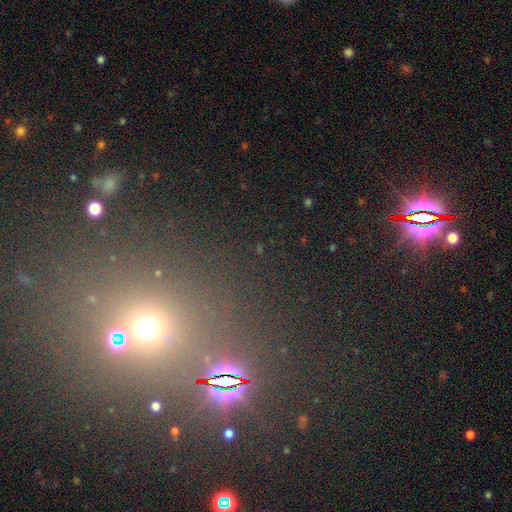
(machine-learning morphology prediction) Smooth or featured: star or artifact — 64% (smooth — 27%)